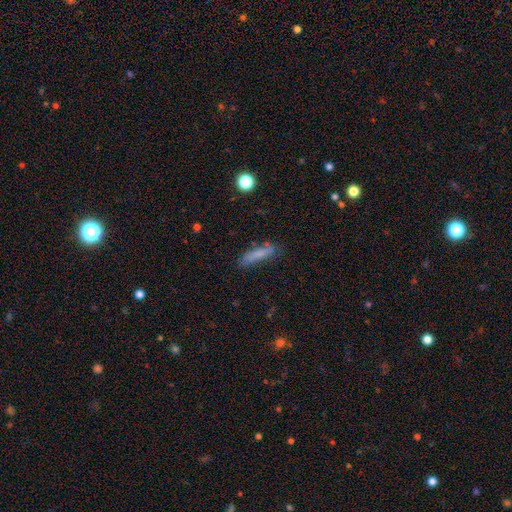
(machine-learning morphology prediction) smooth-or-featured: smooth: 73% | featured or disk: 18% | star or artifact: 9%
  how-rounded: cigar-shaped: 80% | in between: 18% | round: 2%
  merging: none: 71% | minor disturbance: 20% | major disturbance: 5% | merger: 3%